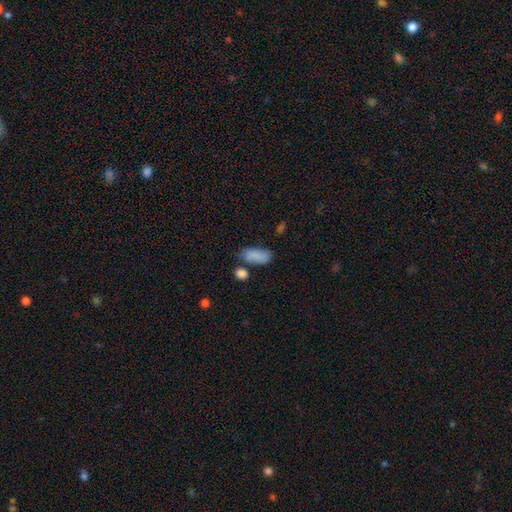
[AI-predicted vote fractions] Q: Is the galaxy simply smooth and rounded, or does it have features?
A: smooth — 85%.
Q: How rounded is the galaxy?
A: in between — 90%.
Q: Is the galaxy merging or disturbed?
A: none — 60%.